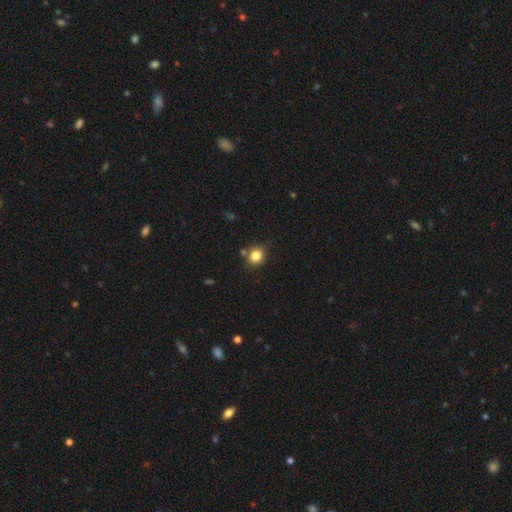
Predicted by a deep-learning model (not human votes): Smooth or featured: smooth — 83% (star or artifact — 11%)
How rounded: round — 76% (in between — 23%)
Merging: none — 78% (minor disturbance — 11%)